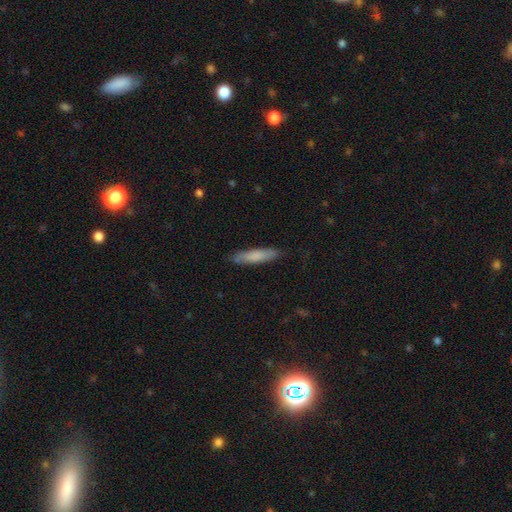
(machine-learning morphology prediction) Smooth or featured? smooth (77%)
How rounded? cigar-shaped (86%)
Merging? none (83%)